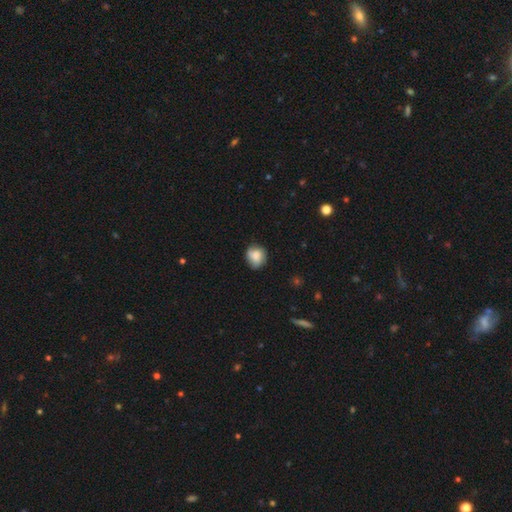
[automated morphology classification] Smooth or featured?
  - smooth: 74% *
  - featured or disk: 17%
  - star or artifact: 8%
How rounded?
  - round: 74% *
  - in between: 25%
  - cigar-shaped: 1%
Merging?
  - none: 69% *
  - minor disturbance: 23%
  - major disturbance: 6%
  - merger: 2%